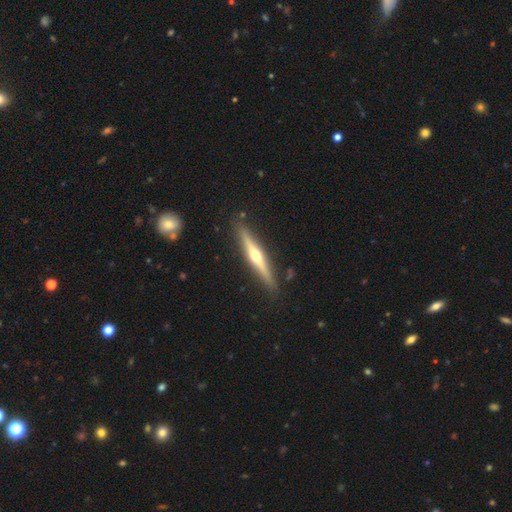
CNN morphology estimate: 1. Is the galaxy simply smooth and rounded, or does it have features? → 71% featured or disk, 24% smooth, 5% star or artifact.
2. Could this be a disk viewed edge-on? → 97% yes, 3% no.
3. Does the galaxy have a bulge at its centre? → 91% rounded, 6% none, 3% boxy.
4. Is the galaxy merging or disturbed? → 88% none, 8% minor disturbance, 2% major disturbance, 2% merger.